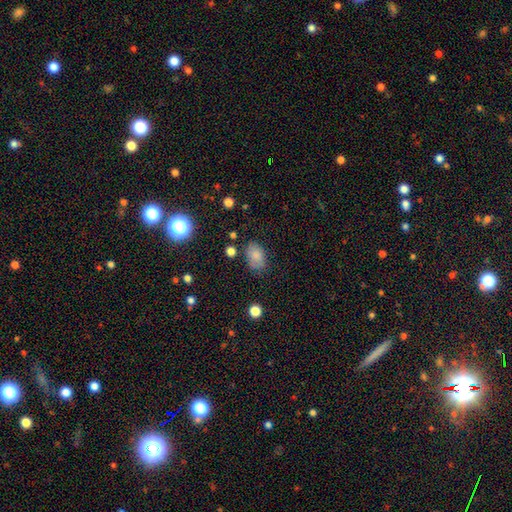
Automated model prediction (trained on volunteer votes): Smooth or featured?
  - smooth: 81% *
  - star or artifact: 11%
  - featured or disk: 8%
How rounded?
  - in between: 85% *
  - round: 14%
  - cigar-shaped: 1%
Merging?
  - none: 73% *
  - minor disturbance: 18%
  - major disturbance: 5%
  - merger: 3%